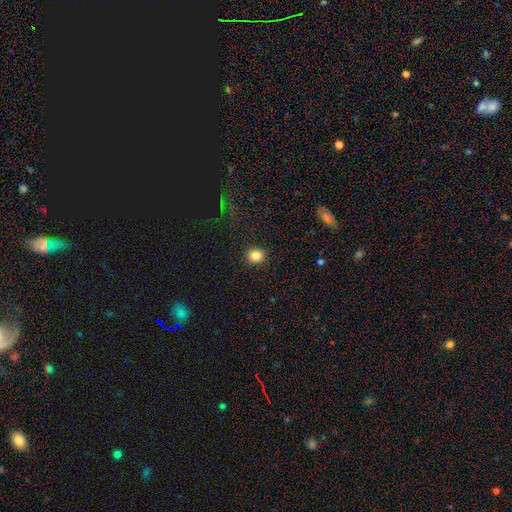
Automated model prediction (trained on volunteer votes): A smooth galaxy with no disk features (83%) that is round (82%).

Vote fractions:
- Smooth or featured? smooth: 83% / star or artifact: 12% / featured or disk: 5%
- How rounded? round: 82% / in between: 17% / cigar-shaped: 1%
- Merging? none: 91% / minor disturbance: 6% / major disturbance: 2% / merger: 1%